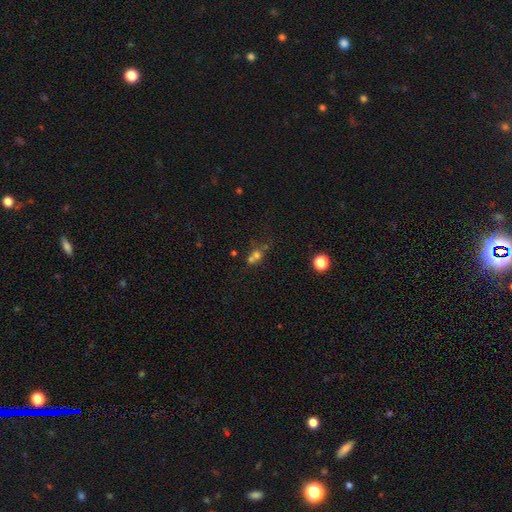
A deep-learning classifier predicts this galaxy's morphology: A smooth galaxy with no disk features (58%) that is round (76%).

Vote fractions:
- Smooth or featured? smooth: 58% / star or artifact: 23% / featured or disk: 18%
- How rounded? round: 76% / in between: 22% / cigar-shaped: 2%
- Merging? merger: 49% / none: 37% / minor disturbance: 9% / major disturbance: 6%